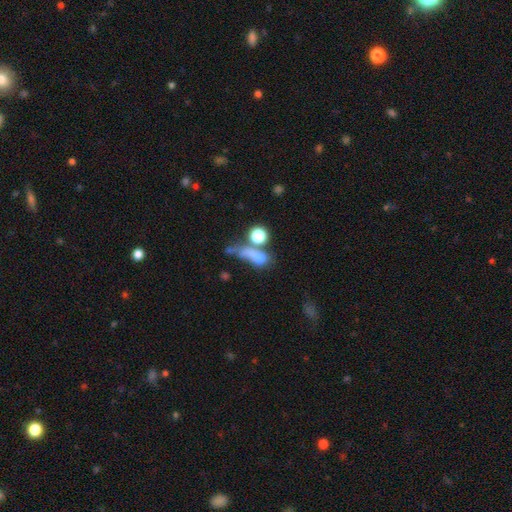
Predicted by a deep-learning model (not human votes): smooth 62%, featured or disk 21%, star or artifact 17%. Down the decision tree: how rounded — round (44%); merging — merger (37%).